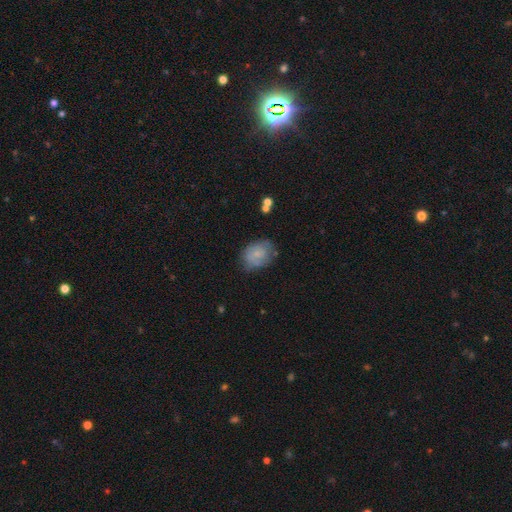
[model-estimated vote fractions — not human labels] The model was most divided on "how rounded": in between: 63%, round: 36%, cigar-shaped: 1%. More confident: smooth or featured — smooth (65%); merging — none (59%).